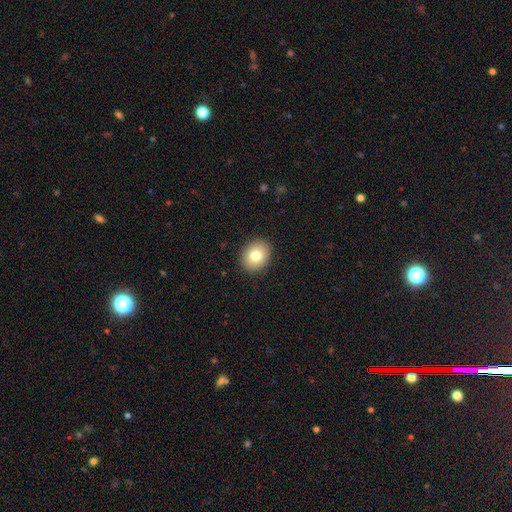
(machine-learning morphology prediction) This is likely a smooth galaxy (79%). How rounded: possibly round (53%). Merging: clearly none (90%).